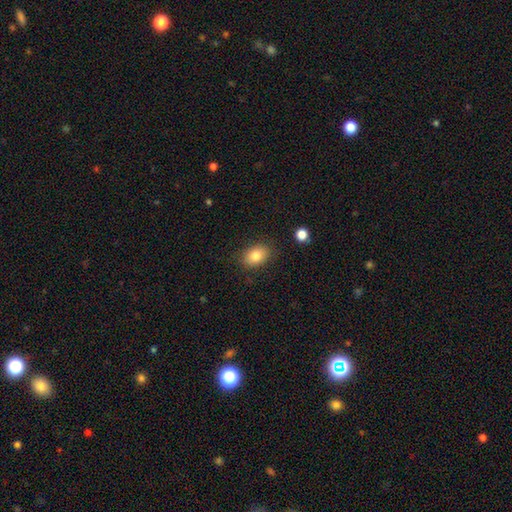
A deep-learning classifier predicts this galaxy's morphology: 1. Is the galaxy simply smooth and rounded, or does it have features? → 82% smooth, 9% star or artifact, 9% featured or disk.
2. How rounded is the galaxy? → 78% in between, 21% round, 1% cigar-shaped.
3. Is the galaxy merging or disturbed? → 85% none, 11% minor disturbance, 3% major disturbance, 2% merger.